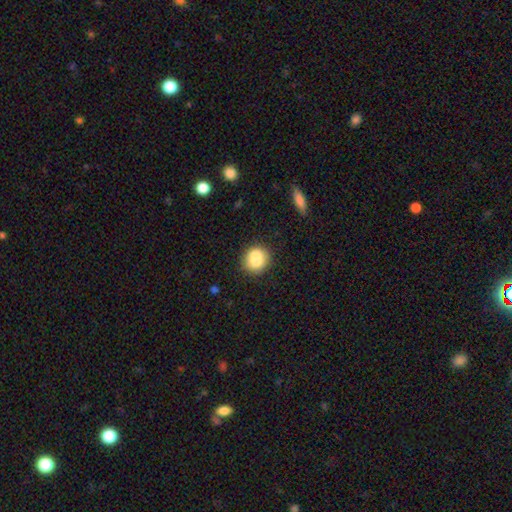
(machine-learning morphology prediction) The model was most divided on "merging": none: 49%, merger: 34%, minor disturbance: 12%, major disturbance: 4%. More confident: how rounded — round (78%); smooth or featured — smooth (74%).